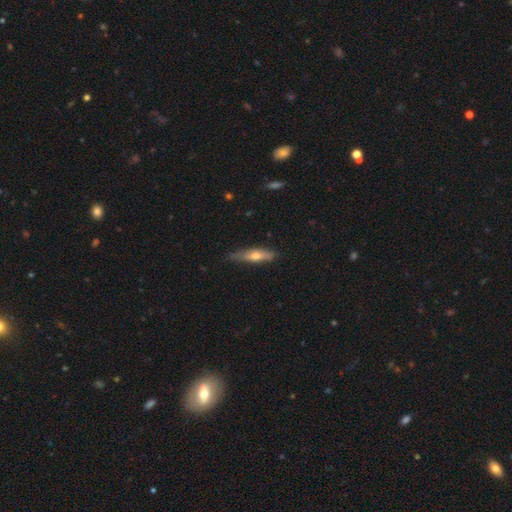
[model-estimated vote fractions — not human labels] Smooth or featured?
  - smooth: 49% *
  - featured or disk: 45%
  - star or artifact: 6%
Merging?
  - none: 70% *
  - minor disturbance: 24%
  - major disturbance: 4%
  - merger: 2%